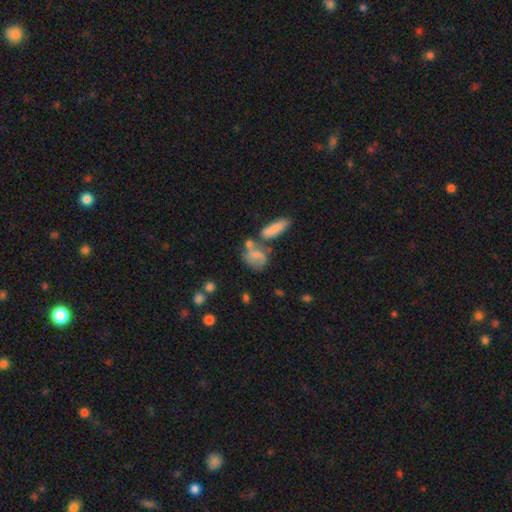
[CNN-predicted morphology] A smooth galaxy with no disk features (55%) that is in between round and cigar-shaped (64%).

Vote fractions:
- Smooth or featured? smooth: 55% / featured or disk: 36% / star or artifact: 10%
- How rounded? in between: 64% / round: 29% / cigar-shaped: 6%
- Merging? merger: 37% / none: 35% / minor disturbance: 17% / major disturbance: 12%